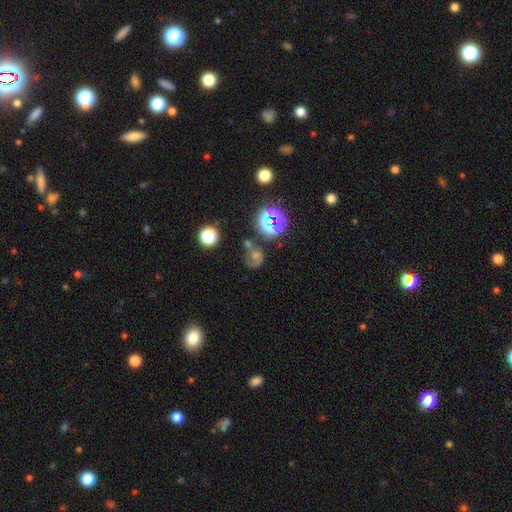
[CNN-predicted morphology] A star or artifact, not a galaxy (42%).